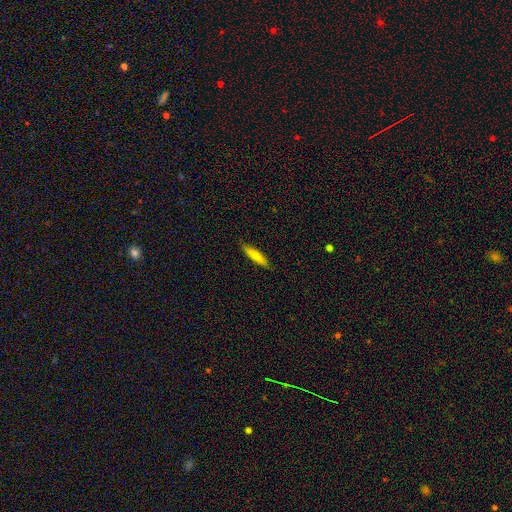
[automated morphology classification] This is likely a smooth galaxy (77%). How rounded: clearly cigar-shaped (85%). Merging: clearly none (87%).